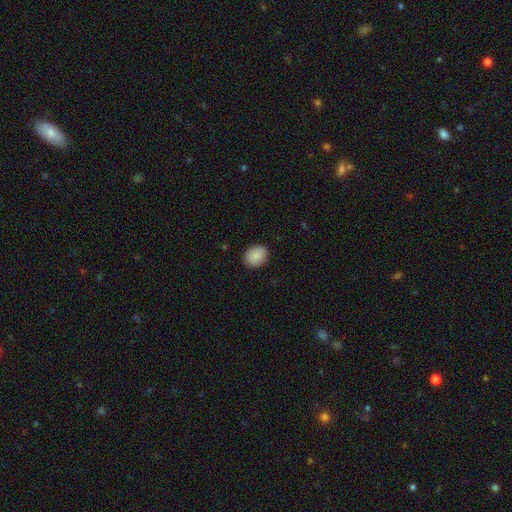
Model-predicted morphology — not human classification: smooth_or_featured: smooth (p=0.88) [alt: star or artifact p=0.07]
how_rounded: in between (p=0.56) [alt: round p=0.43]
merging: none (p=0.88) [alt: minor disturbance p=0.09]